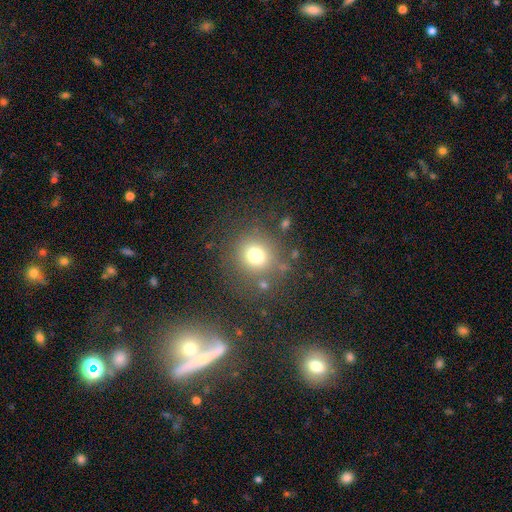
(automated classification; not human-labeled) Q: Smooth or featured?
A: smooth (74%); runner-up: star or artifact (16%)
Q: How rounded?
A: round (88%); runner-up: in between (12%)
Q: Merging?
A: none (78%); runner-up: minor disturbance (11%)